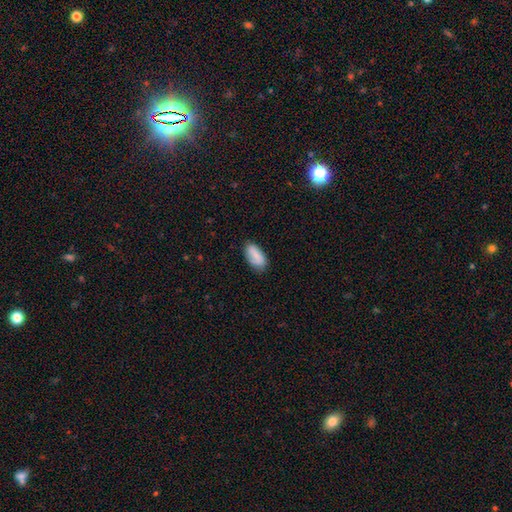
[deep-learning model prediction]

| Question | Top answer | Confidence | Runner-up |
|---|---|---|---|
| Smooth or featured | smooth | 83% | featured or disk (10%) |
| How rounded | in between | 92% | cigar-shaped (5%) |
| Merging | none | 78% | minor disturbance (17%) |